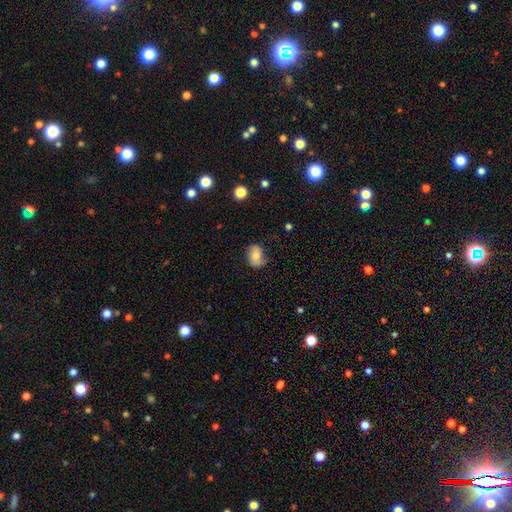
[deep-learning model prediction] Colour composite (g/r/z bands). It shows a smooth galaxy with no disk features (62%) that is in between round and cigar-shaped (69%). Merging: none (67%).